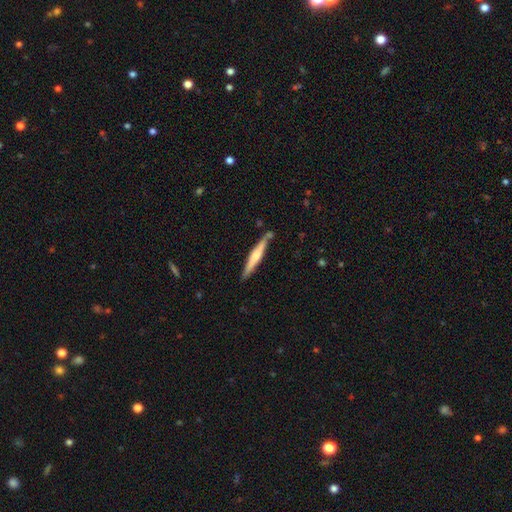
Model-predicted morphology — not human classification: Smooth or featured?
  - featured or disk: 53% *
  - smooth: 42%
  - star or artifact: 5%
Edge-on disk?
  - yes: 97% *
  - no: 3%
Edge-on bulge?
  - rounded: 62% *
  - none: 20%
  - boxy: 18%
Merging?
  - none: 79% *
  - minor disturbance: 14%
  - merger: 5%
  - major disturbance: 2%